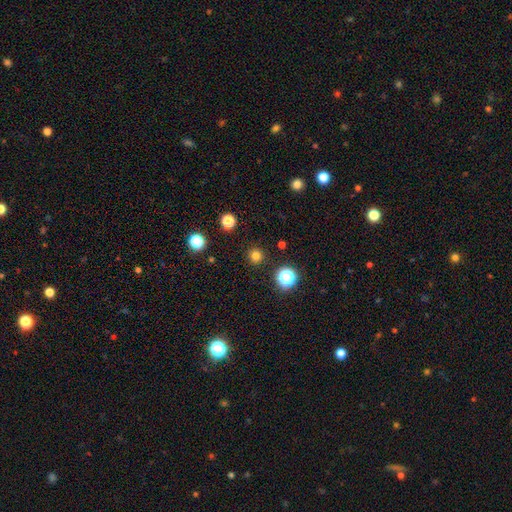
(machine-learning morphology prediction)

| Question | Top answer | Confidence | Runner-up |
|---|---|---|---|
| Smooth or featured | smooth | 77% | star or artifact (18%) |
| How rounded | round | 95% | in between (4%) |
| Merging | none | 91% | minor disturbance (5%) |